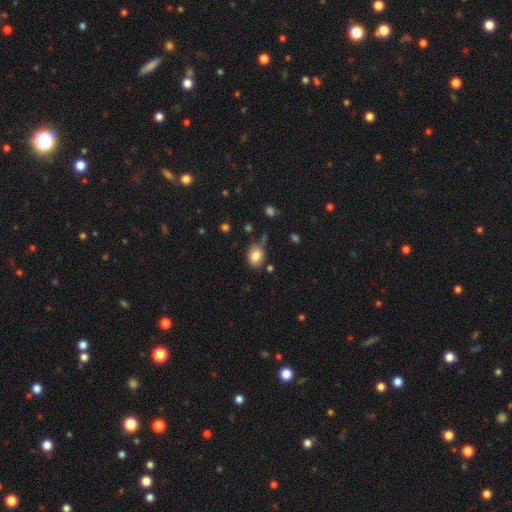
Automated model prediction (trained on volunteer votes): Q: Smooth or featured?
A: smooth (83%); runner-up: star or artifact (9%)
Q: How rounded?
A: in between (67%); runner-up: round (32%)
Q: Merging?
A: none (62%); runner-up: minor disturbance (24%)